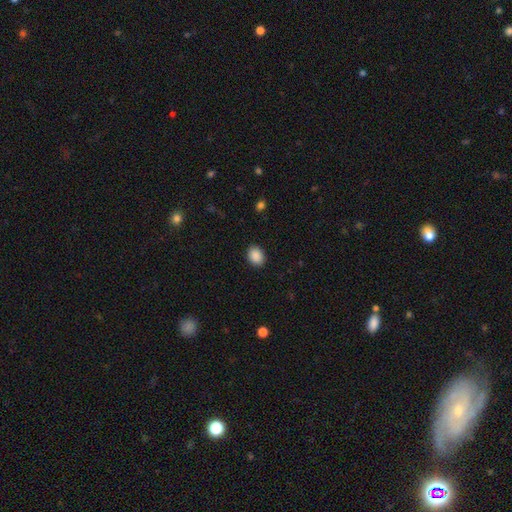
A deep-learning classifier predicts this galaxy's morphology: The model was most divided on "how rounded": in between: 57%, round: 42%, cigar-shaped: 1%. More confident: smooth or featured — smooth (89%); merging — none (89%).